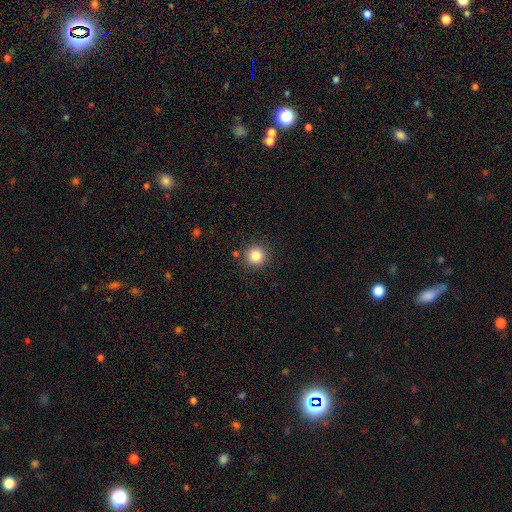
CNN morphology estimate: A smooth galaxy with no disk features (84%) that is round (94%).

Vote fractions:
- Smooth or featured? smooth: 84% / star or artifact: 11% / featured or disk: 5%
- How rounded? round: 94% / in between: 5% / cigar-shaped: 1%
- Merging? none: 88% / minor disturbance: 7% / merger: 3% / major disturbance: 2%